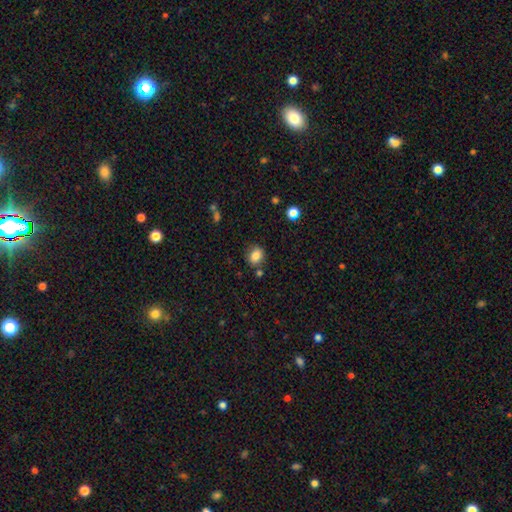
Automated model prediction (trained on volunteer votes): The model was most divided on "how rounded": round: 53%, in between: 46%, cigar-shaped: 1%. More confident: smooth or featured — smooth (83%); merging — none (79%).